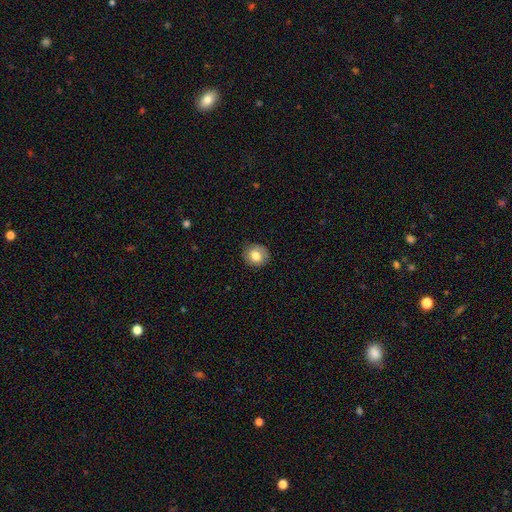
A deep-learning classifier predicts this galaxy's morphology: A smooth galaxy with no disk features (79%) that is round (75%). Merging: none (85%).